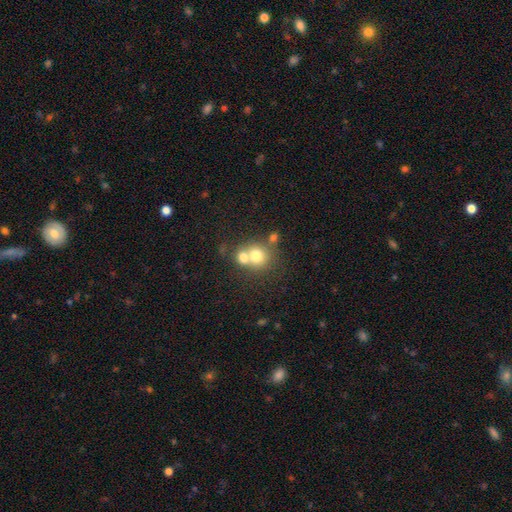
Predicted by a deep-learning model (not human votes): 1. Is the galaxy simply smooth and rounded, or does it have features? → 70% smooth, 18% featured or disk, 12% star or artifact.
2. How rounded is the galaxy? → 80% round, 19% in between, 1% cigar-shaped.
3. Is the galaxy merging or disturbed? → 57% merger, 34% none, 6% minor disturbance, 3% major disturbance.